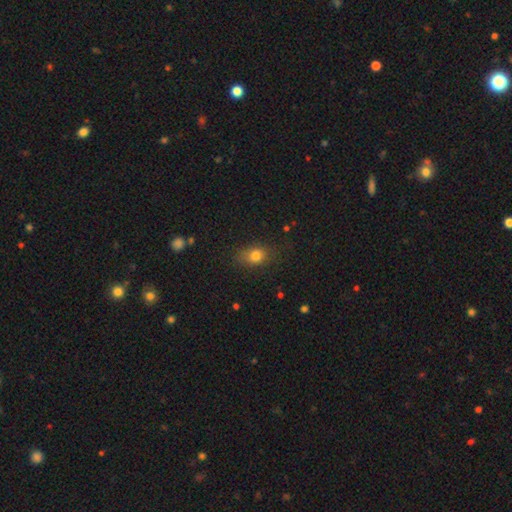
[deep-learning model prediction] Morphology: type=smooth (78%); roundness=in between (60%); merging=none (76%).